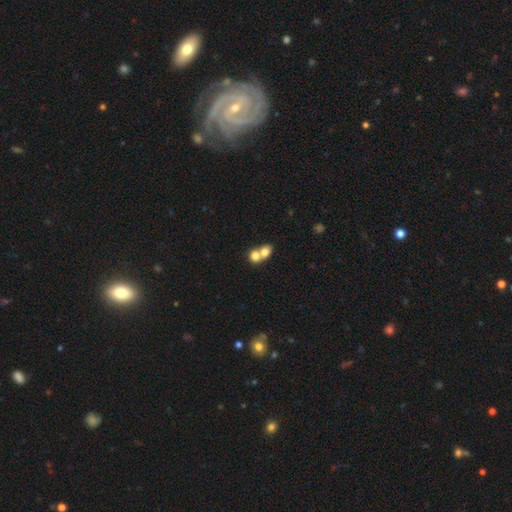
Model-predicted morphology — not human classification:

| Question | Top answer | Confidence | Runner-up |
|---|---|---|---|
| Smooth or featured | smooth | 74% | featured or disk (17%) |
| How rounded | round | 61% | in between (38%) |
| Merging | merger | 73% | none (21%) |